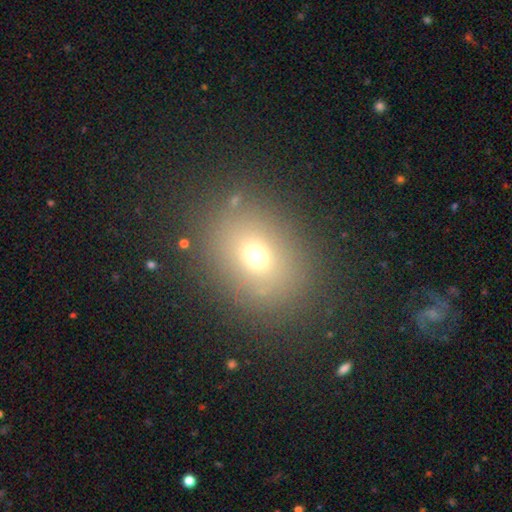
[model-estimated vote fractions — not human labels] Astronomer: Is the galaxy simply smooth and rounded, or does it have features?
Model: smooth — 67%.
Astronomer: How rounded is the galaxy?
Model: in between — 53% (runner-up: round, 46%).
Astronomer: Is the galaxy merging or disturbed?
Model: none — 84%.